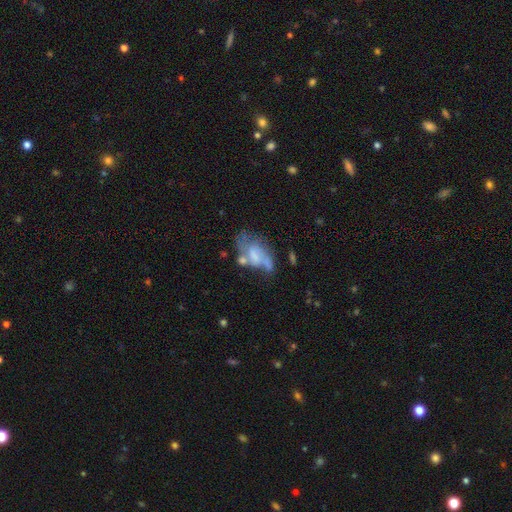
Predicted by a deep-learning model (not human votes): Smooth or featured?
  - featured or disk: 55% *
  - smooth: 35%
  - star or artifact: 10%
Edge-on disk?
  - no: 95% *
  - yes: 5%
Bar?
  - no: 58% *
  - weak: 33%
  - strong: 9%
Spiral arms?
  - yes: 52% *
  - no: 48%
Bulge size?
  - none: 39% *
  - small: 31%
  - moderate: 22%
  - large: 6%
  - dominant: 2%
Merging?
  - major disturbance: 31% *
  - none: 26%
  - minor disturbance: 21%
  - merger: 21%